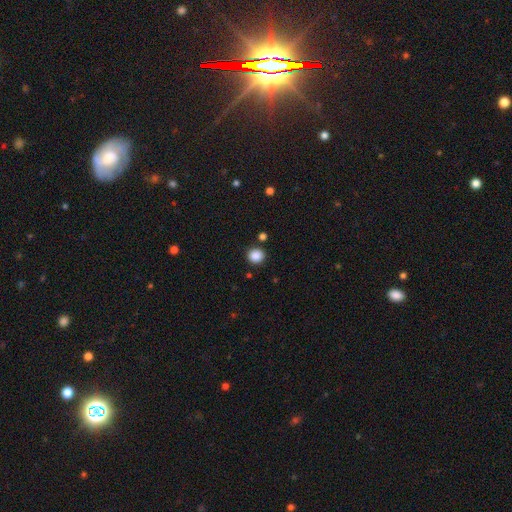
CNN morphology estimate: The model was most divided on "smooth or featured": smooth: 87%, star or artifact: 10%, featured or disk: 3%. More confident: how rounded — round (90%); merging — none (88%).